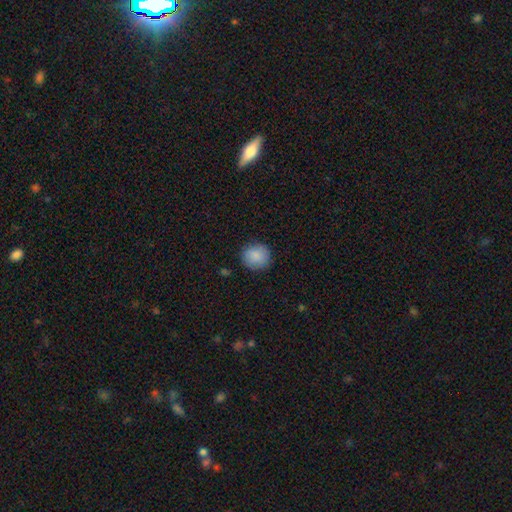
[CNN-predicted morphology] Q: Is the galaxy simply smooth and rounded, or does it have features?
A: smooth — 88%.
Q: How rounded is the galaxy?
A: round — 87%.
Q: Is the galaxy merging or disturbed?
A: none — 86%.